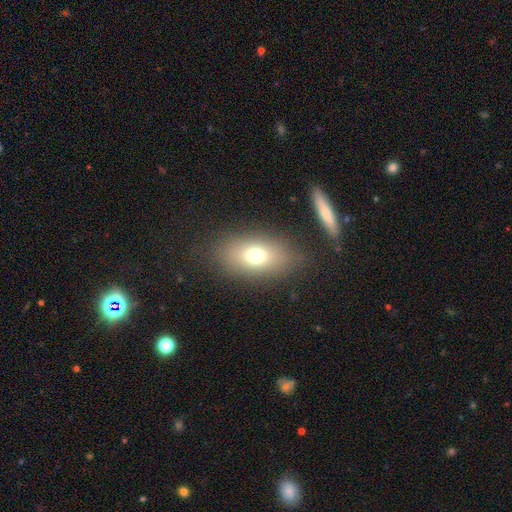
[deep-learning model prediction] A smooth galaxy with no disk features (71%) that is in between round and cigar-shaped (82%).

Vote fractions:
- Smooth or featured? smooth: 71% / featured or disk: 16% / star or artifact: 13%
- How rounded? in between: 82% / round: 15% / cigar-shaped: 3%
- Merging? none: 80% / minor disturbance: 11% / major disturbance: 6% / merger: 3%